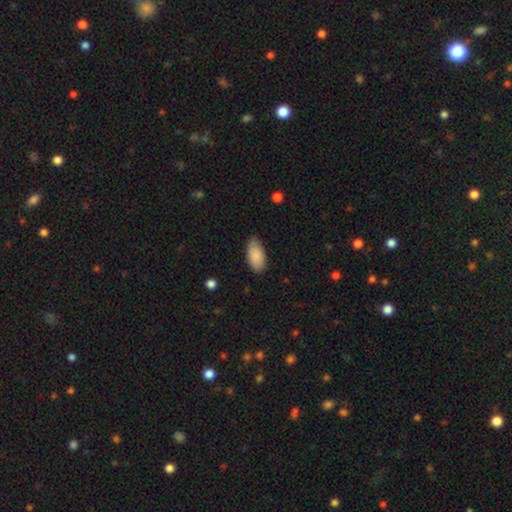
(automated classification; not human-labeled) The model was most divided on "merging": none: 76%, minor disturbance: 20%, major disturbance: 3%, merger: 1%. More confident: how rounded — in between (94%); smooth or featured — smooth (88%).